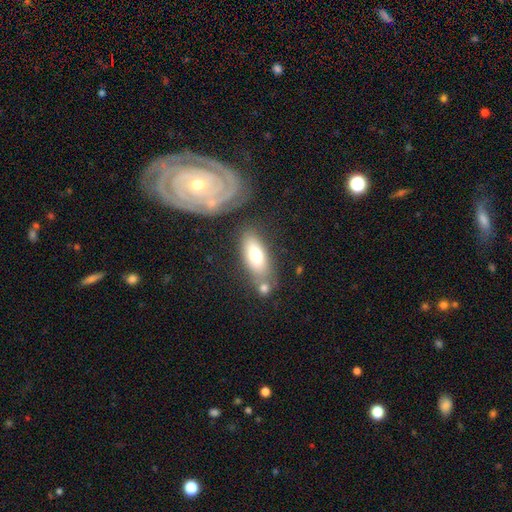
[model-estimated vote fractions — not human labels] smooth-or-featured: smooth: 70% | featured or disk: 23% | star or artifact: 7%
  how-rounded: in between: 79% | cigar-shaped: 17% | round: 4%
  merging: none: 60% | merger: 19% | minor disturbance: 16% | major disturbance: 6%